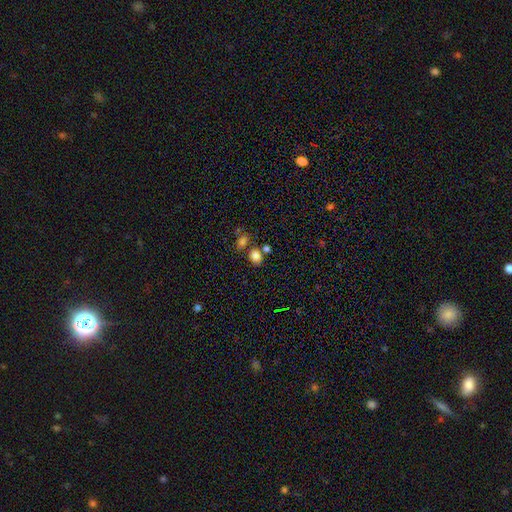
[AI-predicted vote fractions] Overall: smooth (81%). How rounded: in between (52%; round 47%). Merging: none (65%).